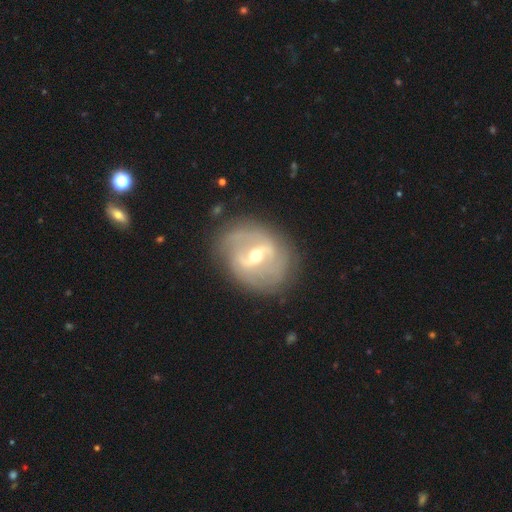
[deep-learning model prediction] Smooth or featured? Predicted: featured or disk (p=0.82). Edge-on disk? Predicted: no (p=0.94). Bar? Predicted: strong (p=0.59). Spiral arms? Predicted: yes (p=0.73). Spiral winding? Predicted: tight (p=0.51). Spiral arm count? Predicted: 2 (p=0.50). Bulge size? Predicted: moderate (p=0.62). Merging? Predicted: none (p=0.77).